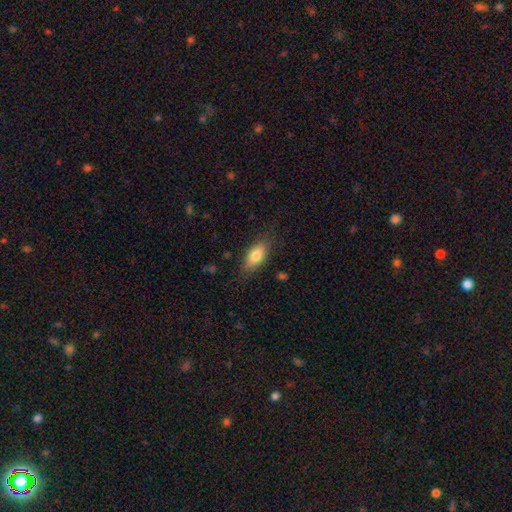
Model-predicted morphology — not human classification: A smooth galaxy with no disk features (79%) that is in between round and cigar-shaped (86%).

Vote fractions:
- Smooth or featured? smooth: 79% / featured or disk: 14% / star or artifact: 7%
- How rounded? in between: 86% / cigar-shaped: 11% / round: 3%
- Merging? none: 81% / minor disturbance: 14% / major disturbance: 4% / merger: 1%